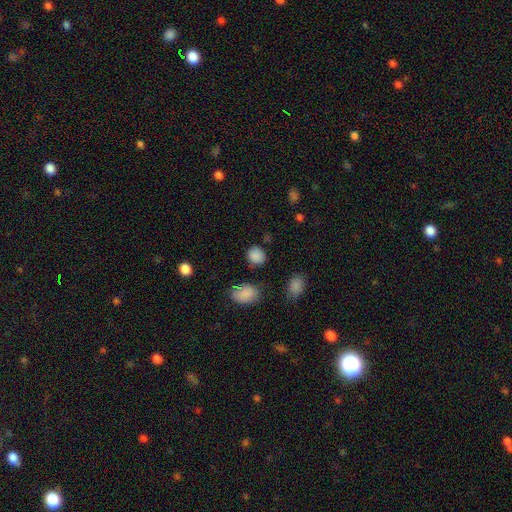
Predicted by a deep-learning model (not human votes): This appears to be a smooth galaxy with no disk features (85%) that is round (77%). Merging: none (82%).